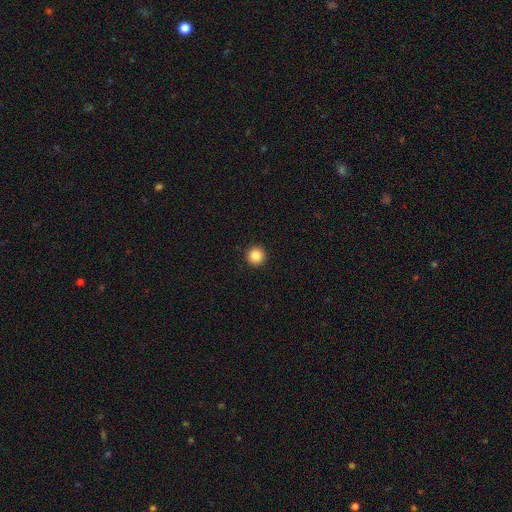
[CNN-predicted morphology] smooth 86%, star or artifact 10%, featured or disk 4%. Down the decision tree: how rounded — round (96%); merging — none (94%).